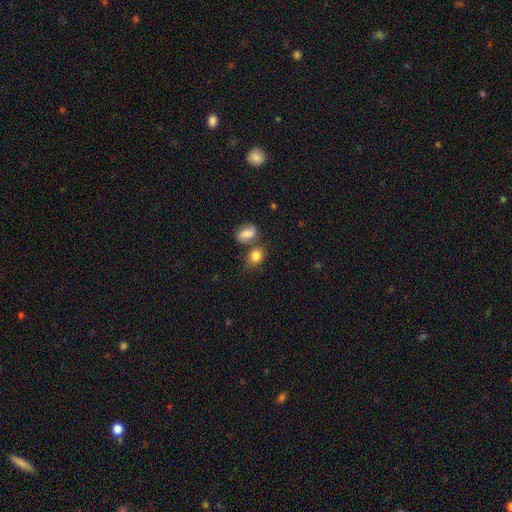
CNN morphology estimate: This appears to be a smooth galaxy with no disk features (82%) that is in between round and cigar-shaped (62%). Merging: none (56%).